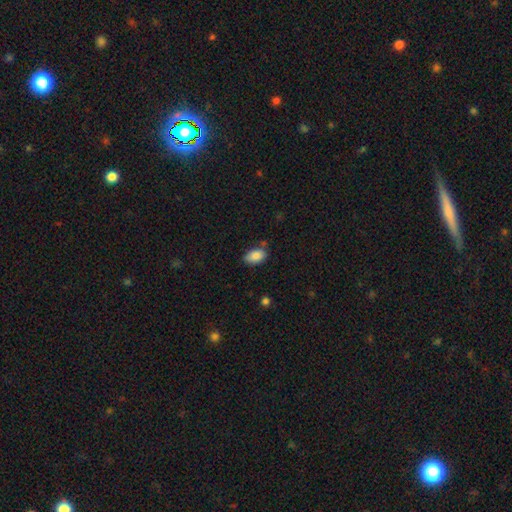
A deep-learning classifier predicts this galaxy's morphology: Smooth or featured: smooth — 85% (star or artifact — 7%)
How rounded: in between — 92% (round — 7%)
Merging: none — 74% (minor disturbance — 18%)